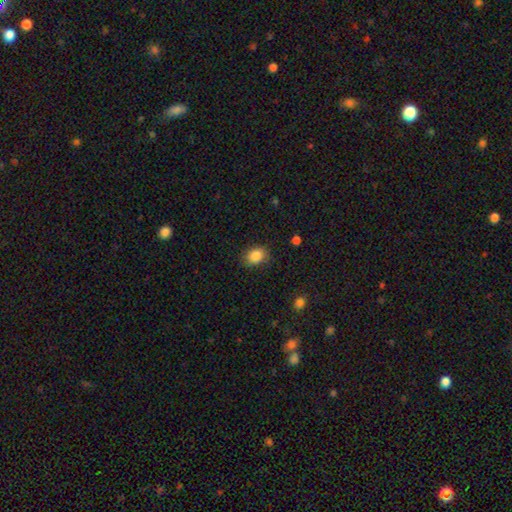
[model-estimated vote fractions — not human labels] Smooth or featured? Predicted: smooth (p=0.87). How rounded? Predicted: in between (p=0.63). Merging? Predicted: none (p=0.80).